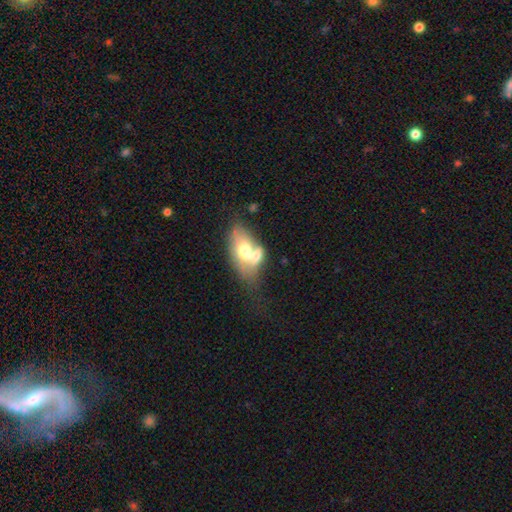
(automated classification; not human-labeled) Overall: smooth (58%; featured or disk 35%). How rounded: in between (85%). Merging: merger (59%; none 21%).